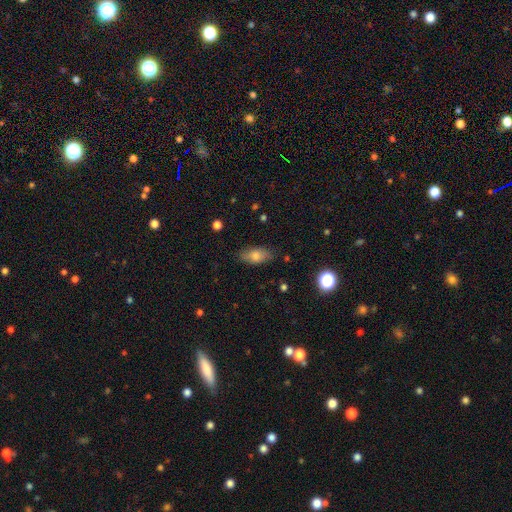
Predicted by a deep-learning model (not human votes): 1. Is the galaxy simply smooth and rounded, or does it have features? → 75% smooth, 17% featured or disk, 8% star or artifact.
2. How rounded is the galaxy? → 88% in between, 8% cigar-shaped, 4% round.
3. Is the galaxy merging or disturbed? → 82% none, 14% minor disturbance, 3% major disturbance, 1% merger.